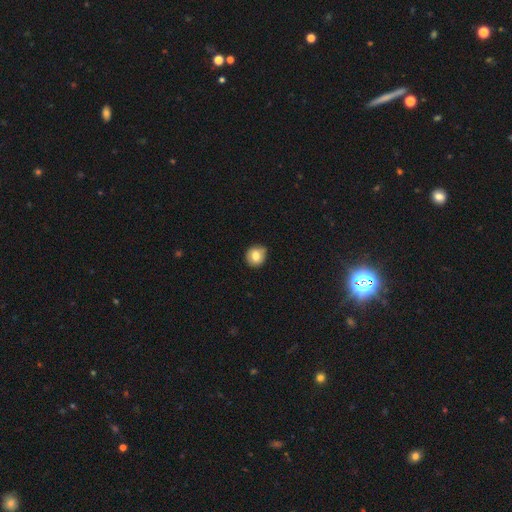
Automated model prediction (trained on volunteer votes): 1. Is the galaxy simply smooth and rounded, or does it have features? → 78% smooth, 13% featured or disk, 9% star or artifact.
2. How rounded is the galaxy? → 84% round, 15% in between, 1% cigar-shaped.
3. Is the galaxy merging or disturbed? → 80% none, 16% minor disturbance, 2% major disturbance, 1% merger.